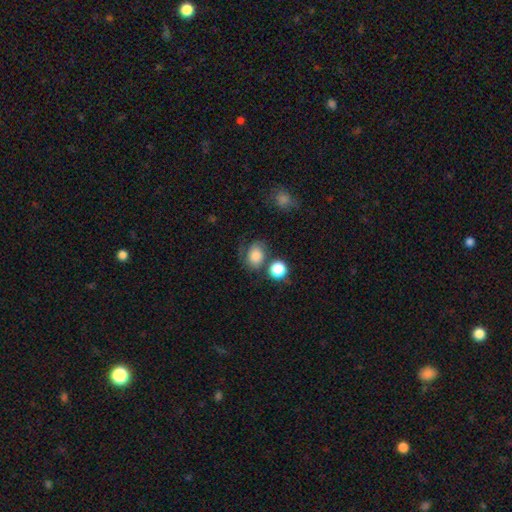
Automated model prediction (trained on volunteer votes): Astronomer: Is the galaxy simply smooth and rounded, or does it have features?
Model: smooth — 72%.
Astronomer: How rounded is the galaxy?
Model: in between — 51% (runner-up: round, 48%).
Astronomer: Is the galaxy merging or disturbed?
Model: none — 49%.